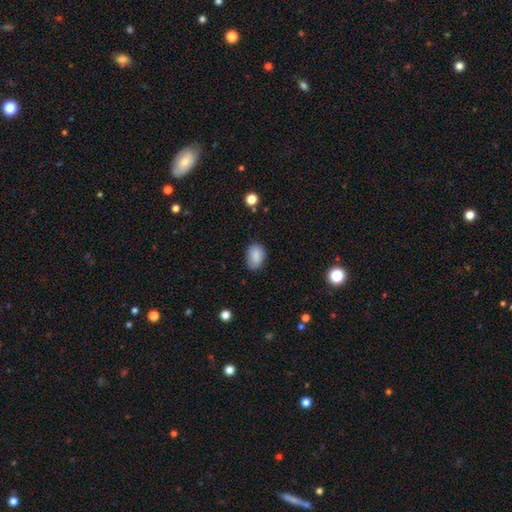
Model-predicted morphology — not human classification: Smooth or featured: smooth — 86% (star or artifact — 8%)
How rounded: in between — 80% (round — 19%)
Merging: none — 77% (minor disturbance — 19%)